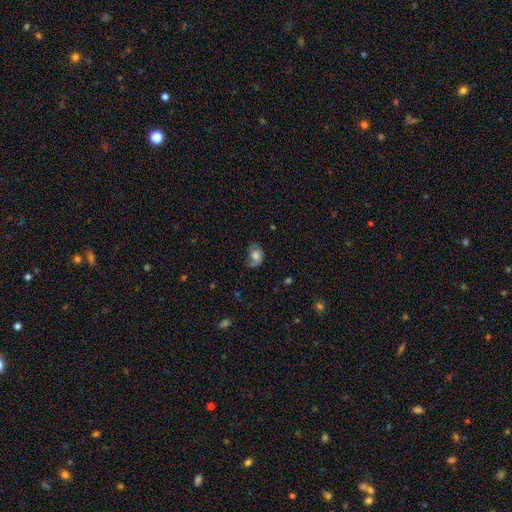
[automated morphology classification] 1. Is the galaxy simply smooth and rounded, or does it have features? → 53% smooth, 38% featured or disk, 9% star or artifact.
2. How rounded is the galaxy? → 64% in between, 35% round, 1% cigar-shaped.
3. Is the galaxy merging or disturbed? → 47% none, 30% minor disturbance, 20% major disturbance, 3% merger.